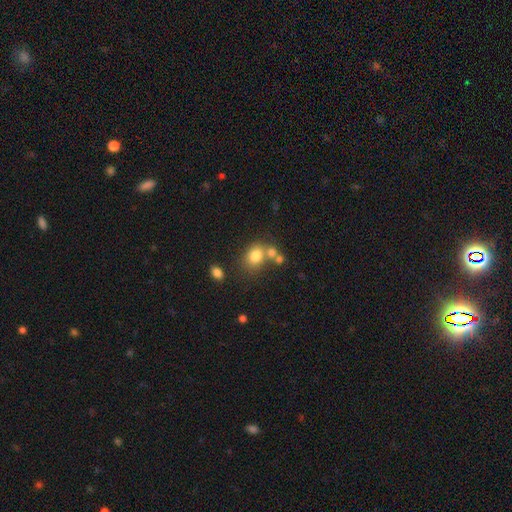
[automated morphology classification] Smooth or featured? smooth (78%)
How rounded? round (52%)
Merging? none (52%)